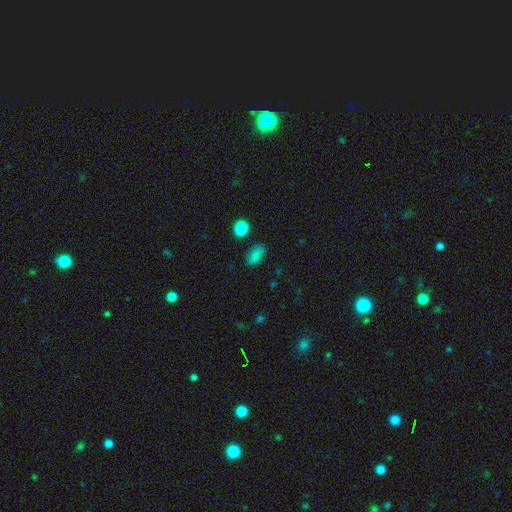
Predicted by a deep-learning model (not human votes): Smooth or featured? Predicted: smooth (p=0.81). How rounded? Predicted: in between (p=0.89). Merging? Predicted: none (p=0.74).